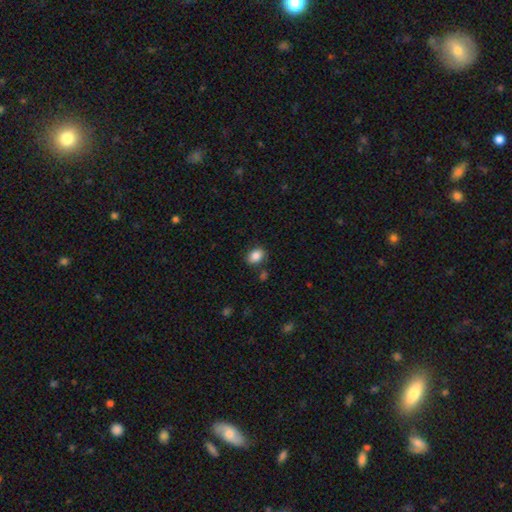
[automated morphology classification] Q: Smooth or featured?
A: smooth (85%); runner-up: star or artifact (8%)
Q: How rounded?
A: in between (75%); runner-up: round (24%)
Q: Merging?
A: none (79%); runner-up: minor disturbance (13%)